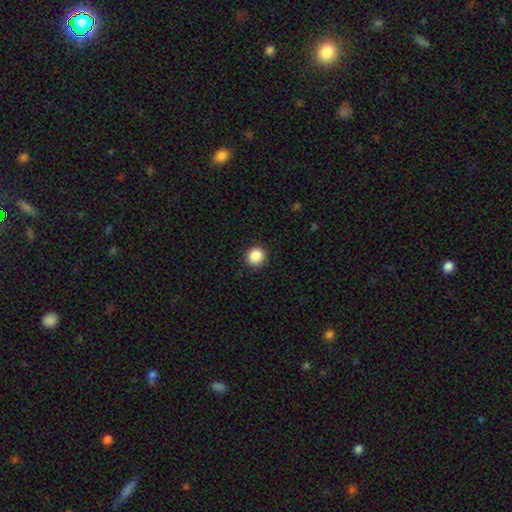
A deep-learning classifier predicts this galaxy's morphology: smooth_or_featured: smooth (p=0.88) [alt: star or artifact p=0.09]
how_rounded: round (p=0.92) [alt: in between p=0.08]
merging: none (p=0.92) [alt: minor disturbance p=0.06]